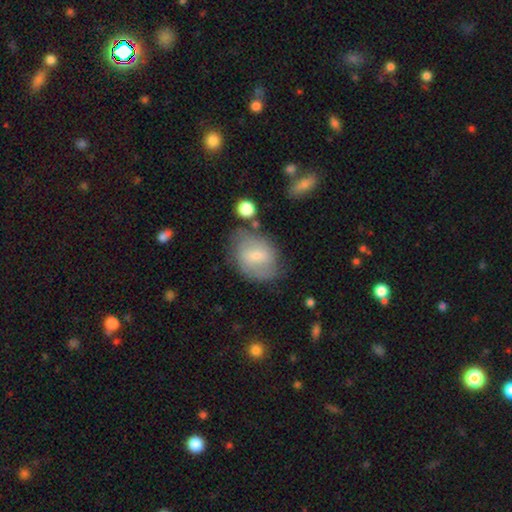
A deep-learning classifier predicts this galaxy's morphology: featured or disk 47%, smooth 46%, star or artifact 7%. Down the decision tree: merging — none (66%).